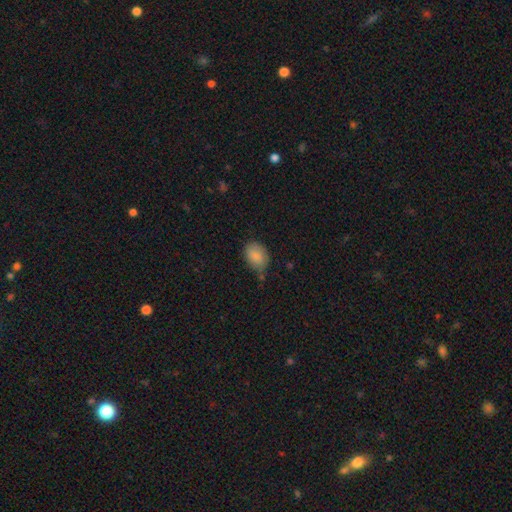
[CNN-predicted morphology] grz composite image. It shows a smooth galaxy with no disk features (86%) that is in between round and cigar-shaped (73%). Merging: none (66%).